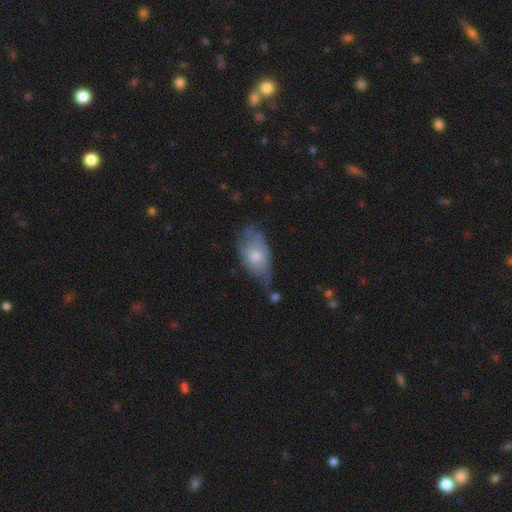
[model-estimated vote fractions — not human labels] Overall: smooth (53%; featured or disk 40%). How rounded: in between (90%). Merging: minor disturbance (39%; none 37%).